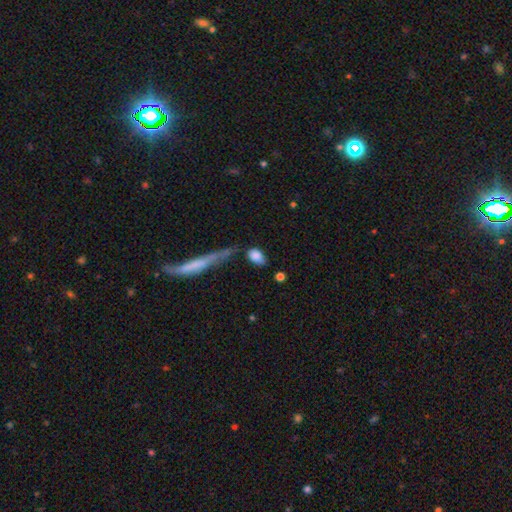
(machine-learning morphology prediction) smooth_or_featured: smooth (p=0.81) [alt: featured or disk p=0.11]
how_rounded: in between (p=0.80) [alt: round p=0.15]
merging: none (p=0.50) [alt: minor disturbance p=0.25]